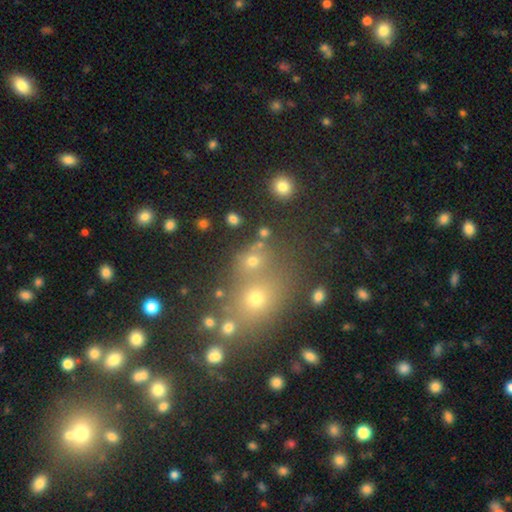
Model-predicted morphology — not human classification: smooth_or_featured: smooth (p=0.67) [alt: star or artifact p=0.22]
how_rounded: round (p=0.71) [alt: in between p=0.27]
merging: none (p=0.56) [alt: merger p=0.30]